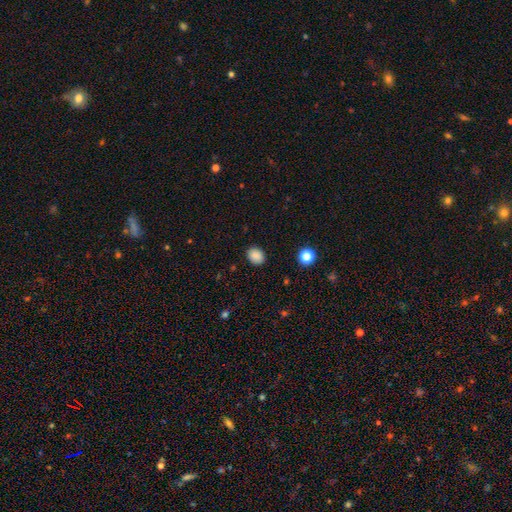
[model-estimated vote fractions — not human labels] The model was most divided on "how rounded": in between: 50%, round: 49%, cigar-shaped: 1%. More confident: merging — none (89%); smooth or featured — smooth (87%).